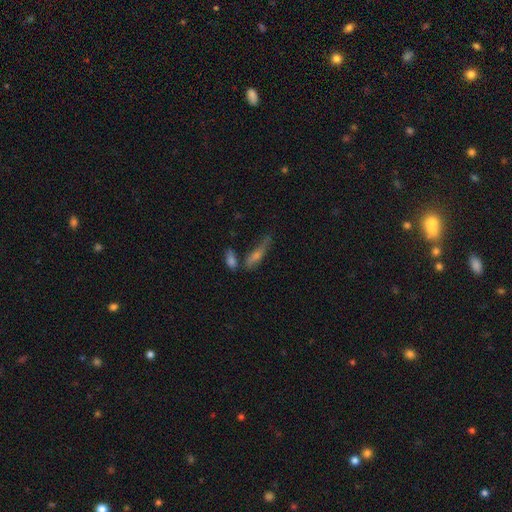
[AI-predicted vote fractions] Q: Smooth or featured?
A: smooth (46%); runner-up: featured or disk (40%)
Q: Merging?
A: none (51%); runner-up: merger (23%)